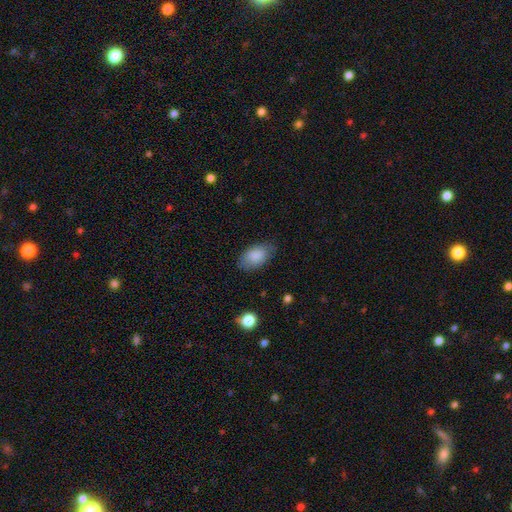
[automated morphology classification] type=smooth (85%); roundness=in between (92%); merging=none (76%).